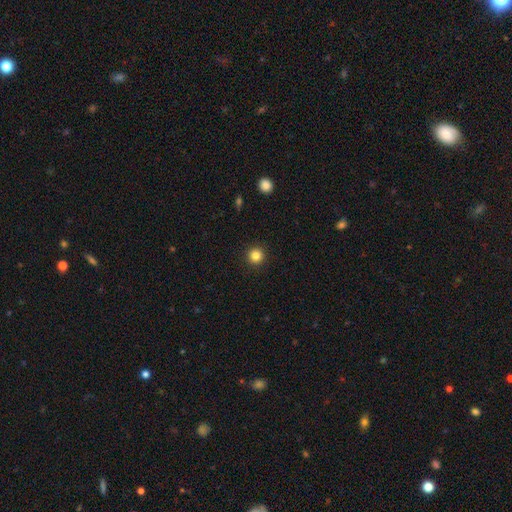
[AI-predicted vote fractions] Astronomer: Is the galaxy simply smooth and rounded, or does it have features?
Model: smooth — 85%.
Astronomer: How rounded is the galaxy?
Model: round — 96%.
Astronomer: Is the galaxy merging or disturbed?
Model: none — 93%.